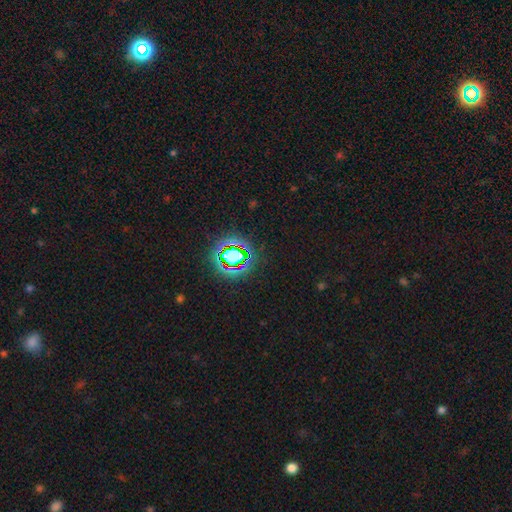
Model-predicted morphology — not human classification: smooth_or_featured: star or artifact (p=0.74) [alt: smooth p=0.18]